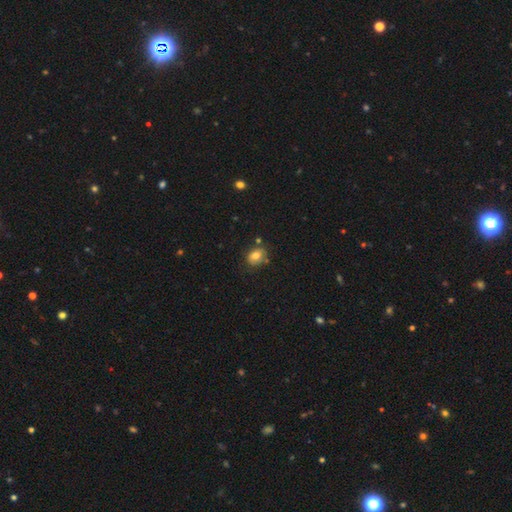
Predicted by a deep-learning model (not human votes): This is likely a smooth galaxy (77%). How rounded: possibly in between (54%). Merging: likely none (71%).